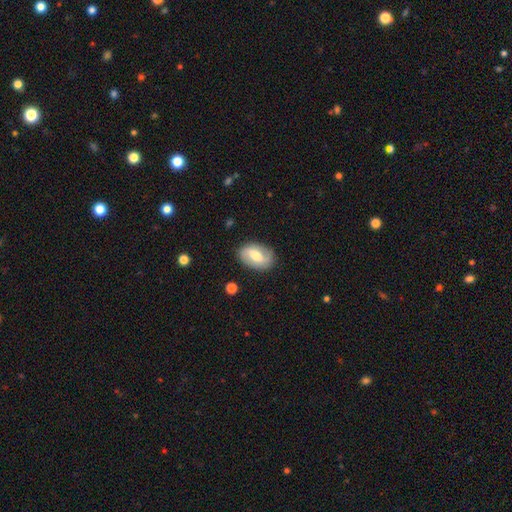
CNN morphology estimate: Overall: featured or disk (54%; smooth 40%). Edge-on disk: no (95%). Bar: weak (48%; no 26%). Spiral arms: yes (70%). Bulge size: moderate (69%). Merging: none (82%).